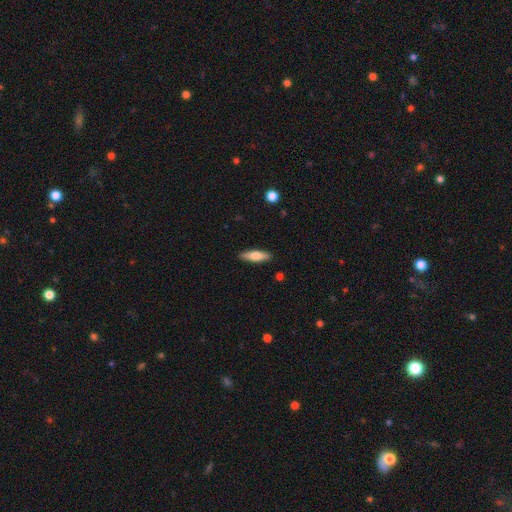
A smooth galaxy with no disk features (61%) that is in between round and cigar-shaped (50%, tied with cigar-shaped).

Vote fractions:
- Smooth or featured? smooth: 61% / featured or disk: 36% / star or artifact: 3%
- How rounded? in between: 50% (tied) / cigar-shaped: 50% (tied) / round: 0%
- Merging? none: 91% / minor disturbance: 6% / major disturbance: 3% / merger: 0%